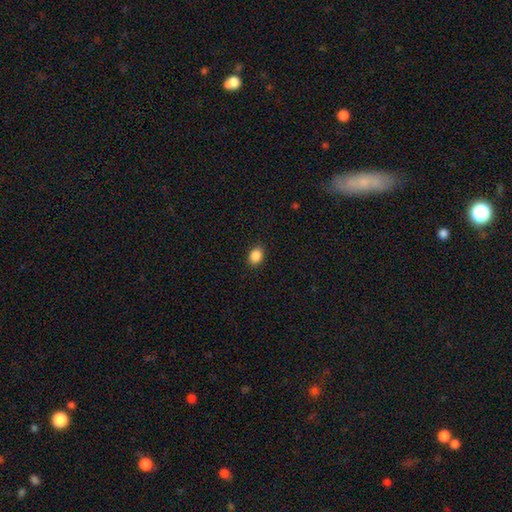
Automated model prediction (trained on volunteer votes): smooth_or_featured: smooth (p=0.88) [alt: star or artifact p=0.09]
how_rounded: in between (p=0.62) [alt: round p=0.37]
merging: none (p=0.90) [alt: minor disturbance p=0.07]